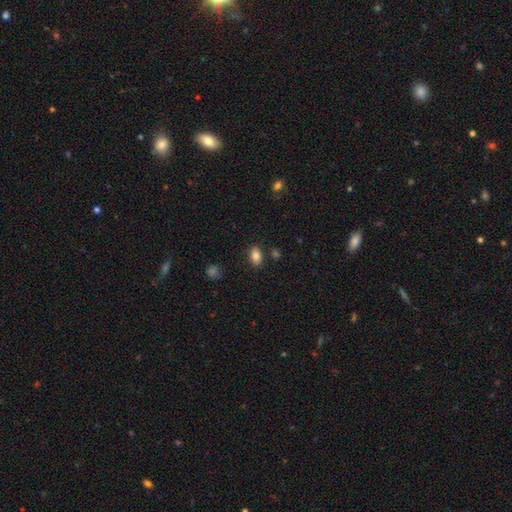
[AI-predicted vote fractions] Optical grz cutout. It shows a smooth galaxy with no disk features (84%) that is in between round and cigar-shaped (87%). Merging: none (84%).